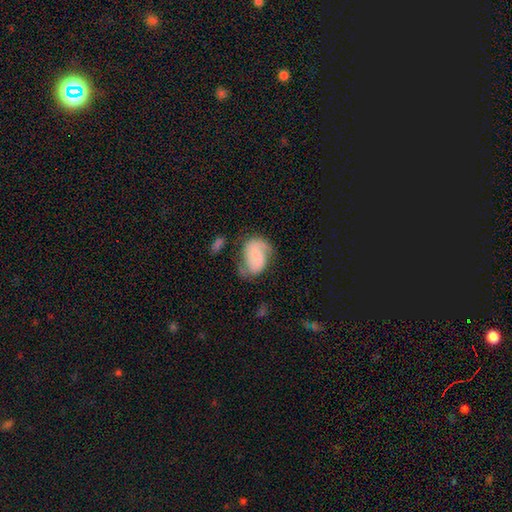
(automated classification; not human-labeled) smooth-or-featured: featured or disk: 58% | smooth: 35% | star or artifact: 7%
  disk-edge-on: no: 97% | yes: 3%
    bar: weak: 42% | no: 41% | strong: 17%
    has-spiral-arms: yes: 89% | no: 11%
      spiral-winding: medium: 44% | loose: 35% | tight: 22%
      spiral-arm-count: 2: 82% | 1: 8% | can't tell: 7% | 3: 1% | 4: 1% | more than 4: 1%
    bulge-size: small: 42% | none: 31% | moderate: 19% | large: 5% | dominant: 2%
  merging: none: 48% | minor disturbance: 28% | major disturbance: 17% | merger: 7%